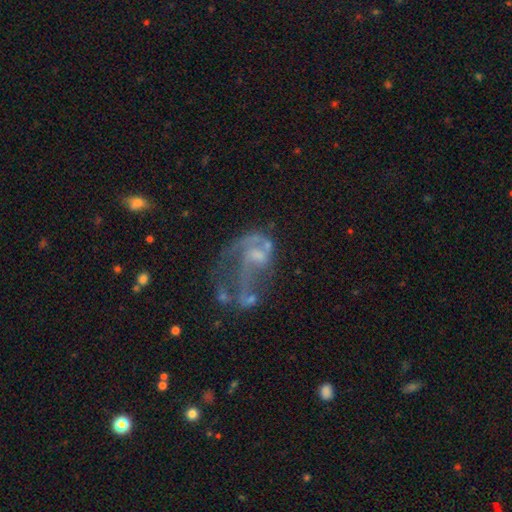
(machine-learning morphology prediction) This appears to be a featured or disk galaxy (73%) with no bar (62%), spiral arms (63%) and no central bulge (32%). Merging: major disturbance (47%).